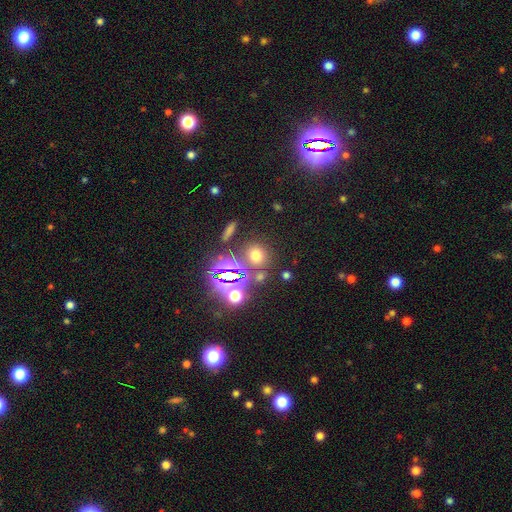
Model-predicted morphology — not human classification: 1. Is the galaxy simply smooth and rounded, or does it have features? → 56% smooth, 36% star or artifact, 8% featured or disk.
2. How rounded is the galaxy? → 76% round, 22% in between, 2% cigar-shaped.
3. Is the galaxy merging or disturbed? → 77% none, 9% merger, 9% minor disturbance, 5% major disturbance.